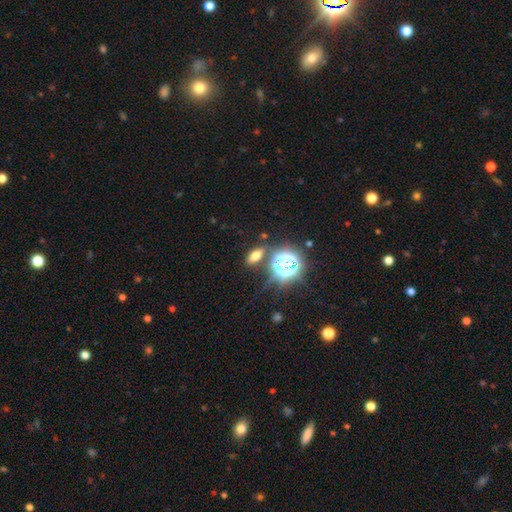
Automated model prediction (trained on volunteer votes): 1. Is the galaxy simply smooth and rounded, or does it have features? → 61% smooth, 28% star or artifact, 12% featured or disk.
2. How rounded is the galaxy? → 76% in between, 17% round, 7% cigar-shaped.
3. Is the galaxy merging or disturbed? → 79% none, 10% minor disturbance, 7% merger, 4% major disturbance.